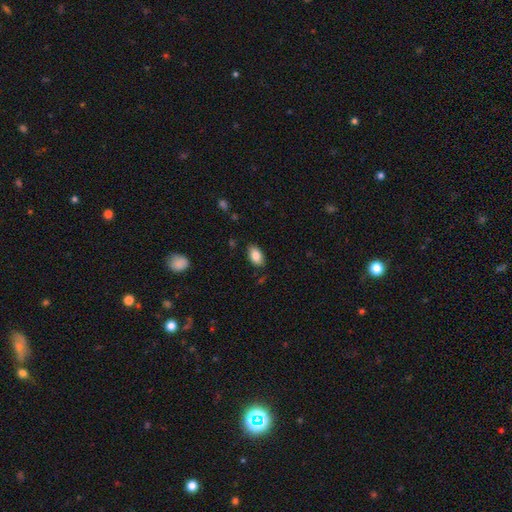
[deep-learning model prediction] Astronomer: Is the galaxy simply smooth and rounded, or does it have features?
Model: smooth — 85%.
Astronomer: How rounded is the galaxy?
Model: in between — 93%.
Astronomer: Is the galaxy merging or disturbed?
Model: none — 83%.